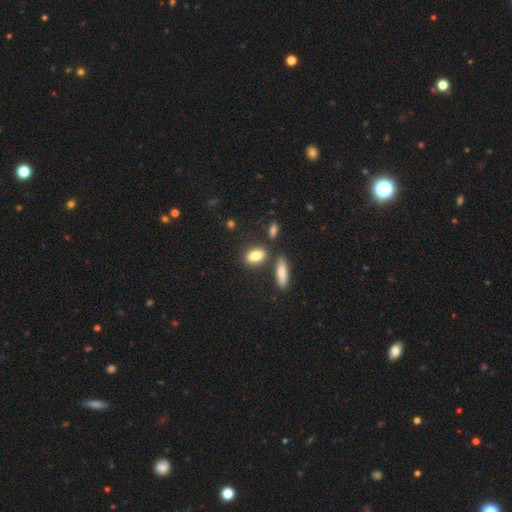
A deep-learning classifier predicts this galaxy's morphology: Smooth or featured: smooth — 81% (featured or disk — 11%)
How rounded: in between — 78% (cigar-shaped — 12%)
Merging: none — 71% (merger — 13%)